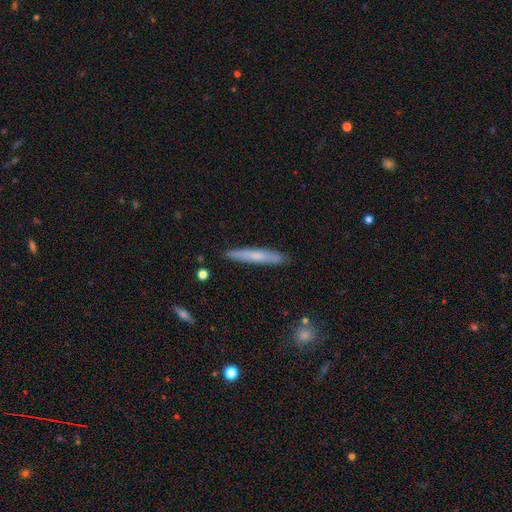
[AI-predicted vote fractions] Morphology: type=smooth (61%); roundness=cigar-shaped (95%); merging=none (88%).